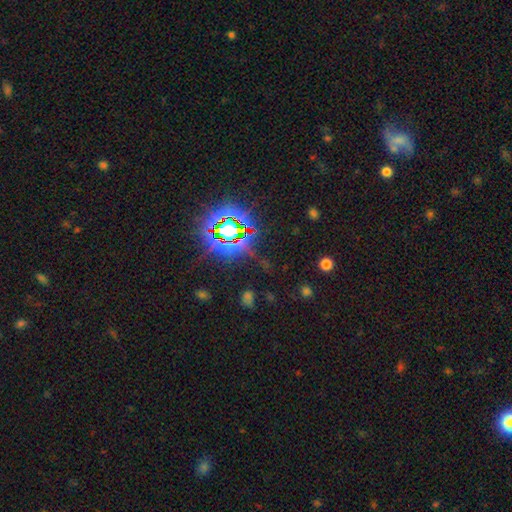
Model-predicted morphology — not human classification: The model was most divided on "smooth or featured": star or artifact: 80%, smooth: 12%, featured or disk: 8%.